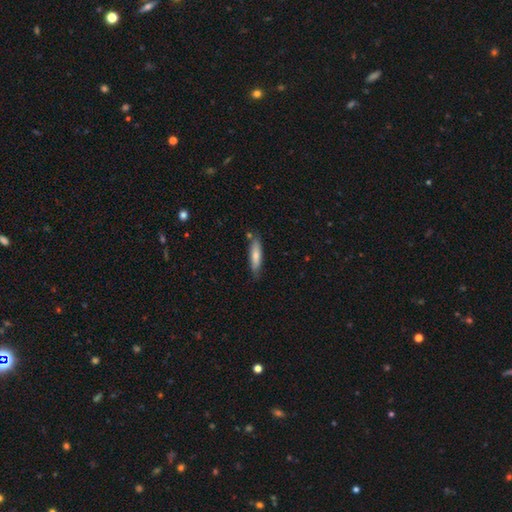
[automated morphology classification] Smooth or featured? smooth (74%)
How rounded? cigar-shaped (75%)
Merging? none (77%)